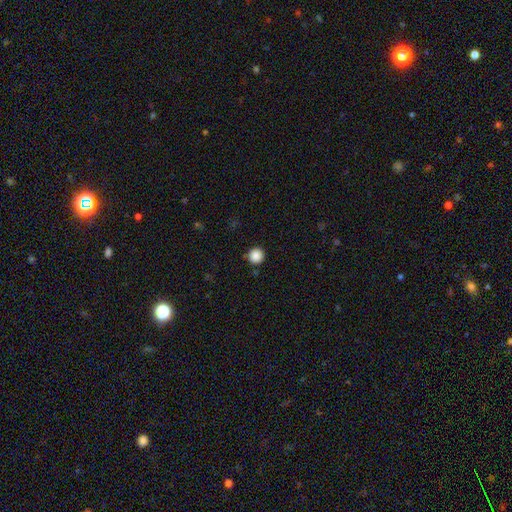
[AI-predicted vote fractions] smooth-or-featured: smooth: 87% | star or artifact: 10% | featured or disk: 3%
  how-rounded: round: 96% | in between: 3% | cigar-shaped: 1%
  merging: none: 91% | minor disturbance: 6% | major disturbance: 2% | merger: 2%